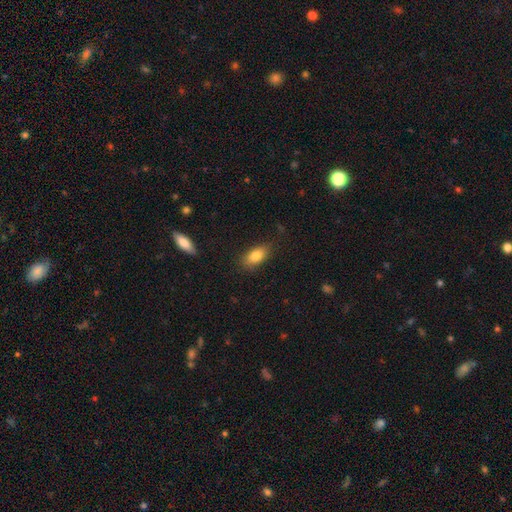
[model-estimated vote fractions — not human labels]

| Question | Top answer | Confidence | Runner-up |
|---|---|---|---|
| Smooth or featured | smooth | 83% | featured or disk (9%) |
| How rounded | in between | 88% | cigar-shaped (6%) |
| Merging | none | 81% | minor disturbance (14%) |